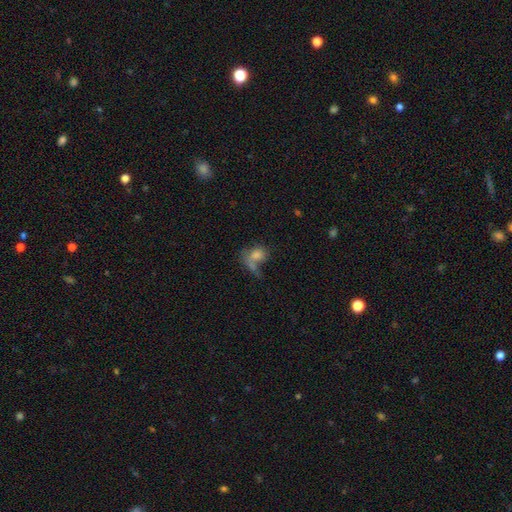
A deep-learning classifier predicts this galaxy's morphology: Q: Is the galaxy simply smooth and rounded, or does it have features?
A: smooth — 72%.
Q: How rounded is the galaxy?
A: in between — 58%.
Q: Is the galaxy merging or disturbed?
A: merger — 35%.